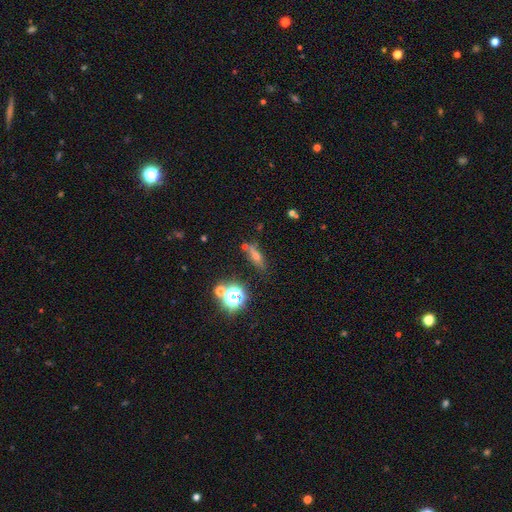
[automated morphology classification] Smooth or featured: smooth — 38% (star or artifact — 32%)
Merging: none — 73% (minor disturbance — 14%)